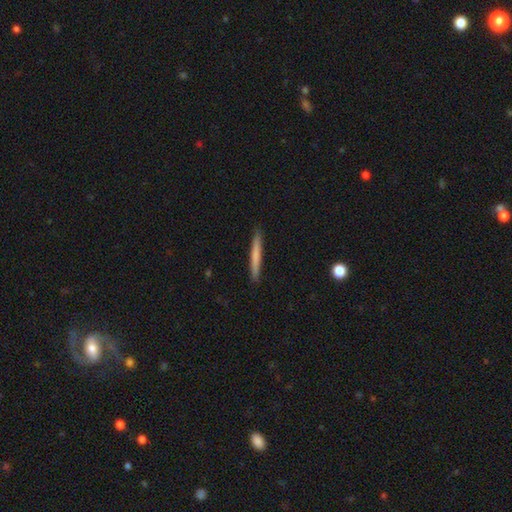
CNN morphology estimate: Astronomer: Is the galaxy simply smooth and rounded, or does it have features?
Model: smooth — 67%.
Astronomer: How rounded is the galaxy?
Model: cigar-shaped — 97%.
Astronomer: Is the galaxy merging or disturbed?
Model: none — 91%.